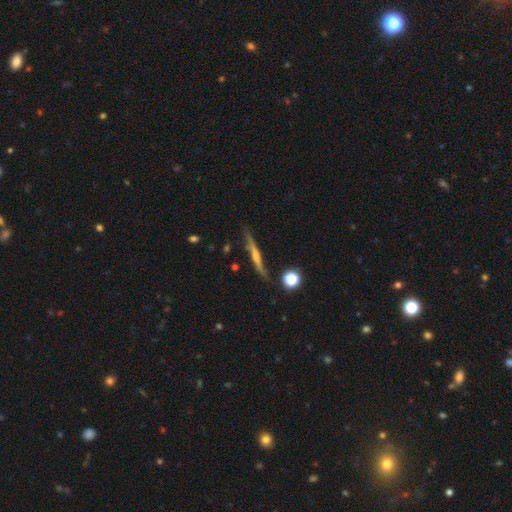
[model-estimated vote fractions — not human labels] smooth-or-featured: featured or disk: 67% | smooth: 24% | star or artifact: 9%
  disk-edge-on: yes: 94% | no: 6%
    edge-on-bulge: rounded: 57% | none: 33% | boxy: 10%
  merging: none: 82% | minor disturbance: 12% | major disturbance: 3% | merger: 3%